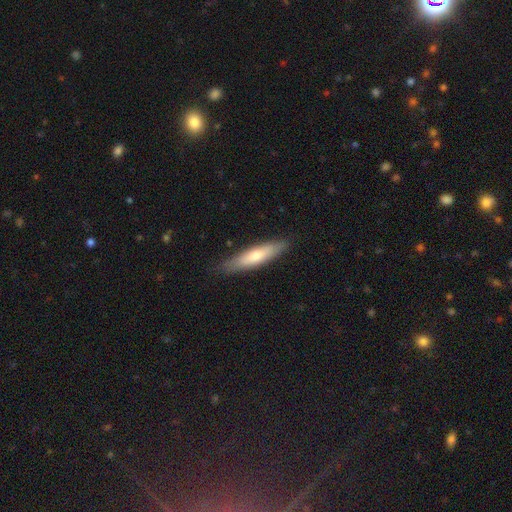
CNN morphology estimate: Smooth or featured?
  - smooth: 60% *
  - featured or disk: 34%
  - star or artifact: 6%
How rounded?
  - cigar-shaped: 80% *
  - in between: 18%
  - round: 1%
Merging?
  - none: 87% *
  - minor disturbance: 10%
  - major disturbance: 2%
  - merger: 1%